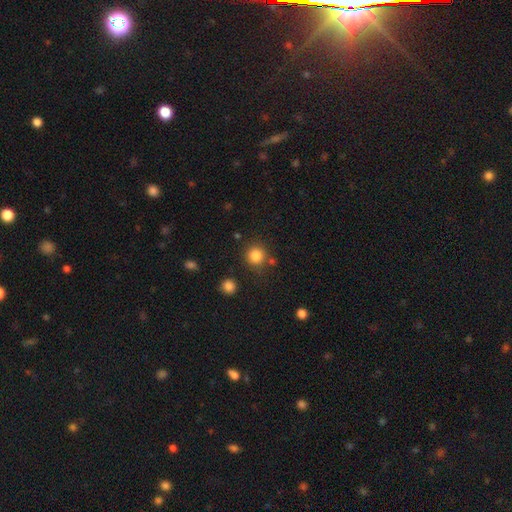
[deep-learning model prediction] Smooth or featured: smooth — 84% (star or artifact — 11%)
How rounded: round — 92% (in between — 7%)
Merging: none — 80% (minor disturbance — 9%)